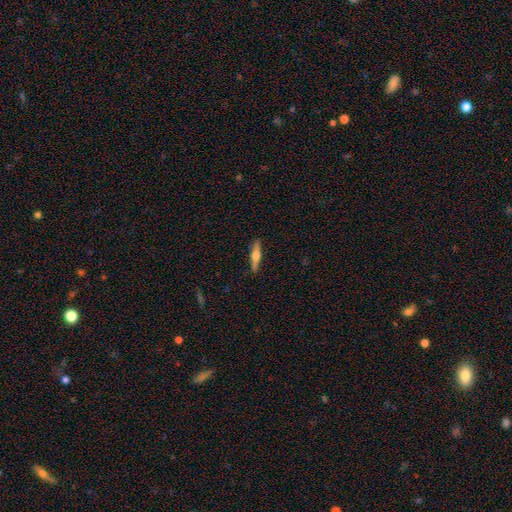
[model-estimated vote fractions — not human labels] Overall: featured or disk (60%; smooth 34%). Edge-on disk: yes (97%). Edge-on bulge: rounded (90%). Merging: none (90%).